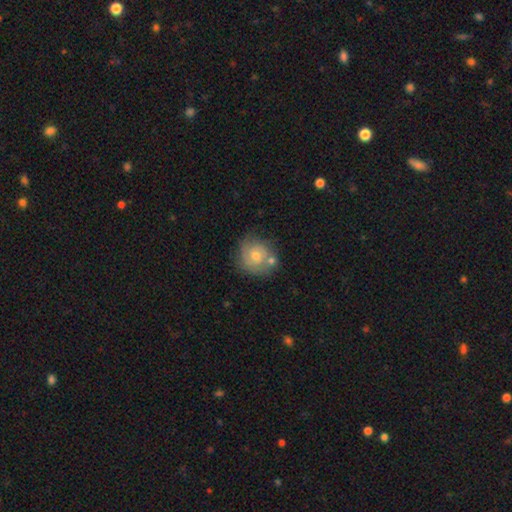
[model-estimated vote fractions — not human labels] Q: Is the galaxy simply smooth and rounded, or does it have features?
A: featured or disk — 54%.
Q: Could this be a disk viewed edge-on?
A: no — 97%.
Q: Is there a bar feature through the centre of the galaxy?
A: no — 74%.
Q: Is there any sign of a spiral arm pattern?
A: yes — 76%.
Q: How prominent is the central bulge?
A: moderate — 58%.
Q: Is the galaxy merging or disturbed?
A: none — 55%.